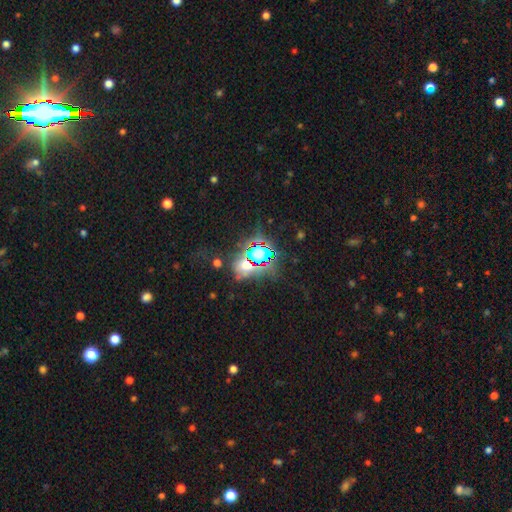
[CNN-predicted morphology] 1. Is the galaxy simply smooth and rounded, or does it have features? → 69% star or artifact, 20% smooth, 11% featured or disk.